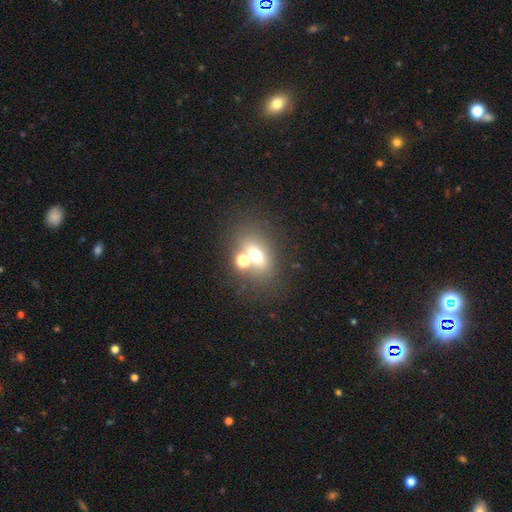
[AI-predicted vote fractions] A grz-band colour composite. It shows a smooth galaxy with no disk features (57%) that is in between round and cigar-shaped (59%). Merging: none (53%).